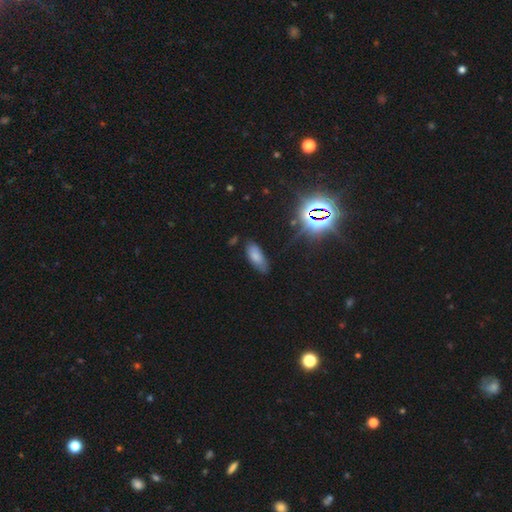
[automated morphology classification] Smooth or featured?
  - smooth: 73% *
  - star or artifact: 15%
  - featured or disk: 12%
How rounded?
  - in between: 83% *
  - cigar-shaped: 15%
  - round: 2%
Merging?
  - none: 72% *
  - minor disturbance: 21%
  - major disturbance: 5%
  - merger: 2%